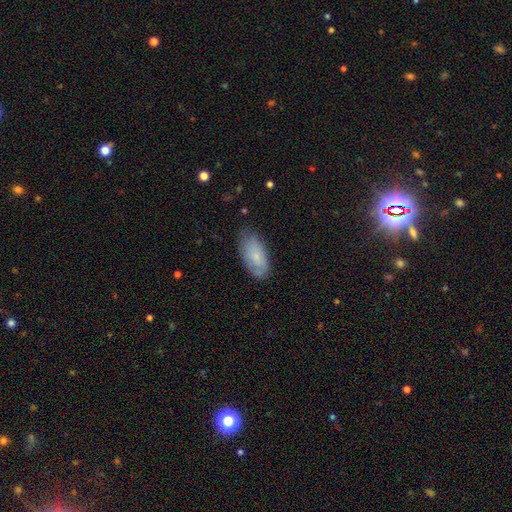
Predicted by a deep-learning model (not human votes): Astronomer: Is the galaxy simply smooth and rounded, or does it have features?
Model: smooth — 71%.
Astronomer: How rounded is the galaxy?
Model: in between — 92%.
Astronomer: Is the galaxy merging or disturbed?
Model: none — 72%.